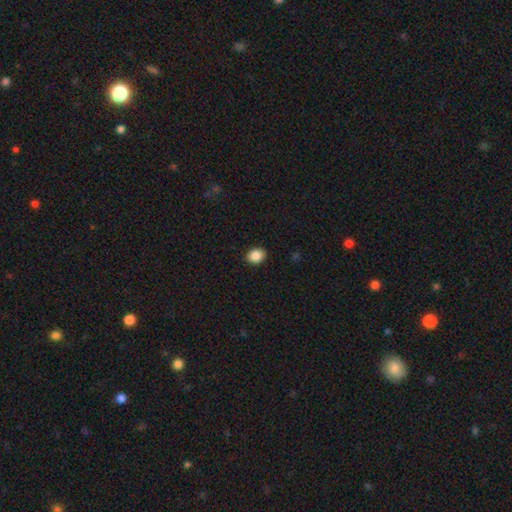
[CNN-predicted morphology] A smooth galaxy with no disk features (88%) that is in between round and cigar-shaped (57%).

Vote fractions:
- Smooth or featured? smooth: 88% / star or artifact: 9% / featured or disk: 4%
- How rounded? in between: 57% / round: 42% / cigar-shaped: 1%
- Merging? none: 90% / minor disturbance: 7% / major disturbance: 2% / merger: 1%